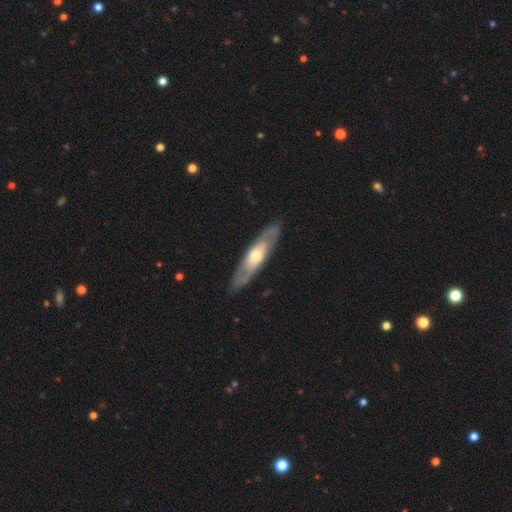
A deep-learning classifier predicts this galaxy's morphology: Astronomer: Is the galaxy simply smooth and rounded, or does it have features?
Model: featured or disk — 60% (runner-up: smooth, 36%).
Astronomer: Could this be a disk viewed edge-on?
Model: no — 55% (runner-up: yes, 45%).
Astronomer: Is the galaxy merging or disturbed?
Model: none — 85%.